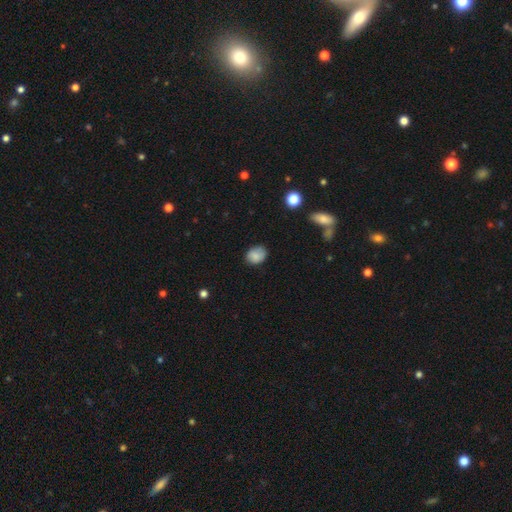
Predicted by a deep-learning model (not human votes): Q: Smooth or featured?
A: smooth (83%); runner-up: star or artifact (9%)
Q: How rounded?
A: in between (53%); runner-up: round (46%)
Q: Merging?
A: none (76%); runner-up: minor disturbance (19%)